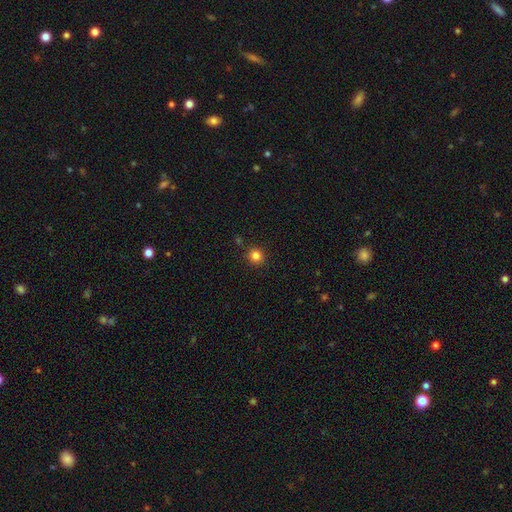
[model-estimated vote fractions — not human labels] The model was most divided on "smooth or featured": smooth: 83%, star or artifact: 13%, featured or disk: 4%. More confident: how rounded — round (93%); merging — none (90%).